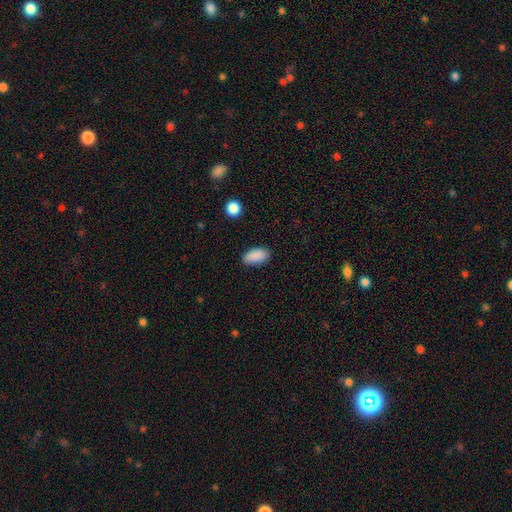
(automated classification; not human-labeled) A smooth galaxy with no disk features (89%) that is in between round and cigar-shaped (93%). Merging: none (86%).